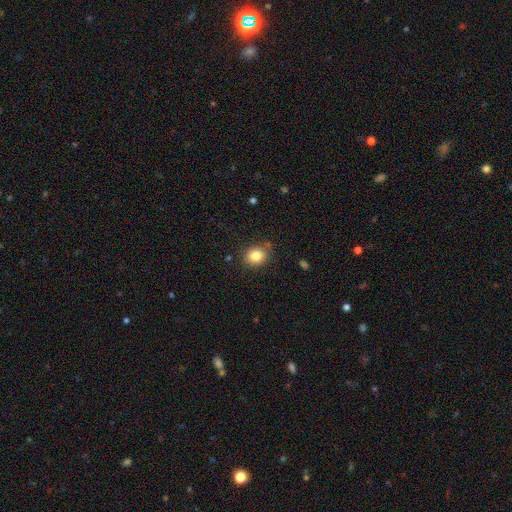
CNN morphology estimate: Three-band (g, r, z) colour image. It shows a smooth galaxy with no disk features (83%) that is round (62%). Merging: none (79%).